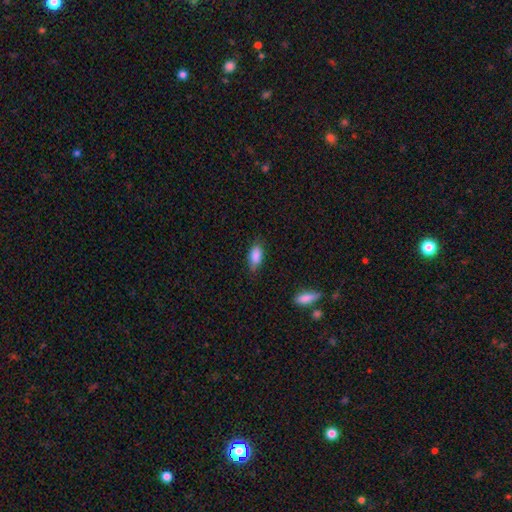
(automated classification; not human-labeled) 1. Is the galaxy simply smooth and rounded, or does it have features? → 86% smooth, 7% featured or disk, 7% star or artifact.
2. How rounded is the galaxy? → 84% in between, 12% cigar-shaped, 3% round.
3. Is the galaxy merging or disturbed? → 77% none, 18% minor disturbance, 3% major disturbance, 1% merger.